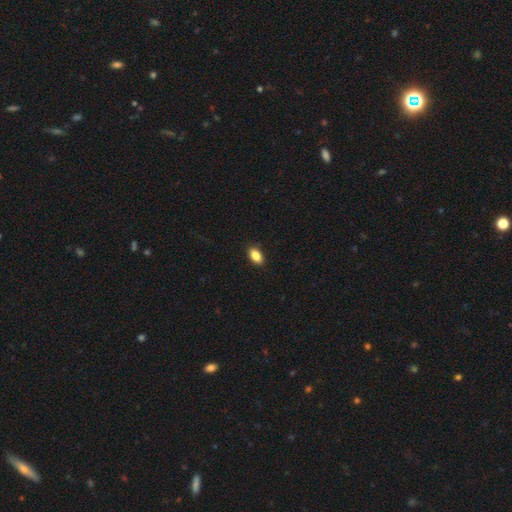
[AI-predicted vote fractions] smooth-or-featured: smooth: 87% | star or artifact: 8% | featured or disk: 5%
  how-rounded: in between: 90% | round: 8% | cigar-shaped: 2%
  merging: none: 89% | minor disturbance: 8% | major disturbance: 2% | merger: 1%